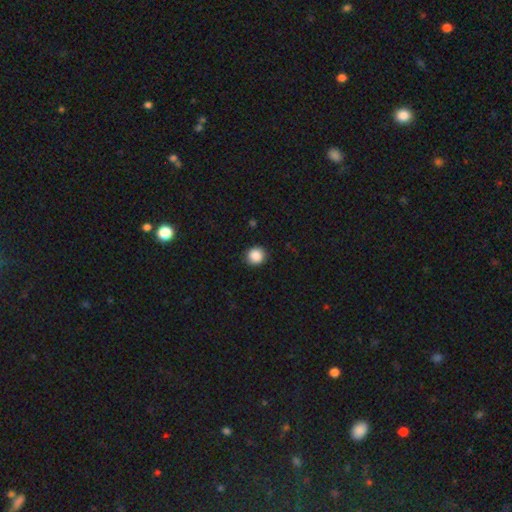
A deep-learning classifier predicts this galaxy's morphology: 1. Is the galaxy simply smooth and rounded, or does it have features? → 88% smooth, 9% star or artifact, 3% featured or disk.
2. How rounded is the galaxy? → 91% round, 8% in between, 1% cigar-shaped.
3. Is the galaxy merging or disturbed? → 90% none, 7% minor disturbance, 2% major disturbance, 1% merger.